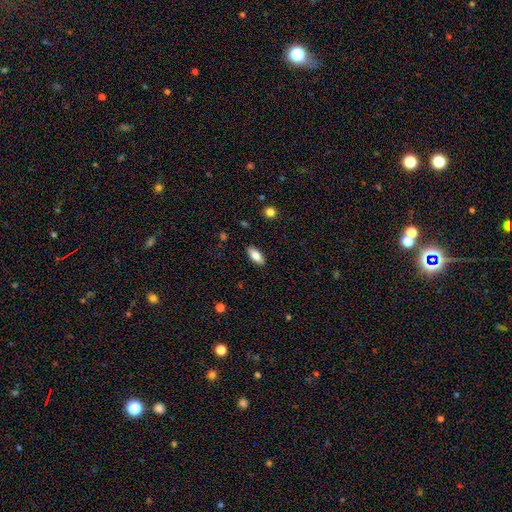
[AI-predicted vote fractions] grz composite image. It shows a smooth galaxy with no disk features (77%) that is in between round and cigar-shaped (80%). Merging: none (88%).